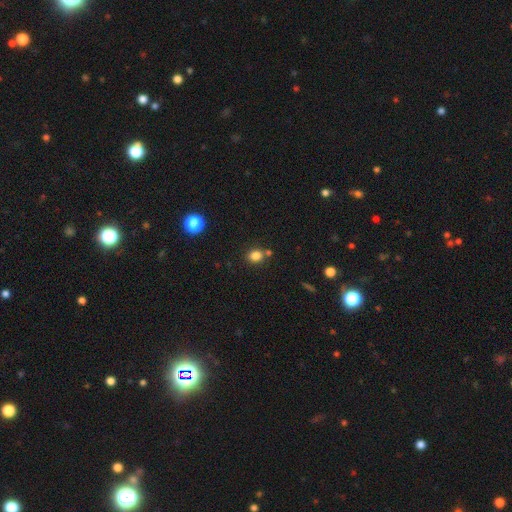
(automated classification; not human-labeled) This appears to be a smooth galaxy with no disk features (82%) that is round (58%). Merging: none (71%).